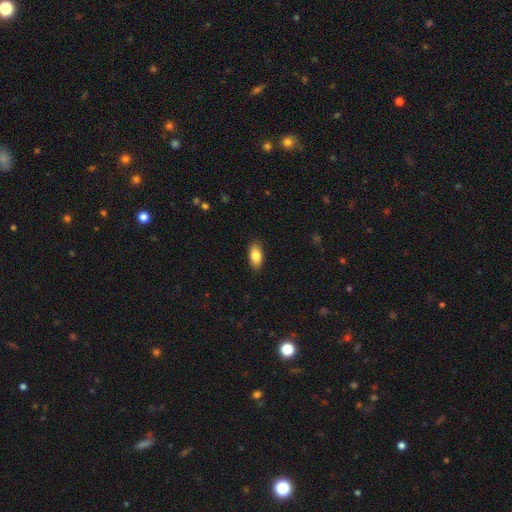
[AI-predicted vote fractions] Overall: smooth (84%). How rounded: in between (91%). Merging: none (88%).